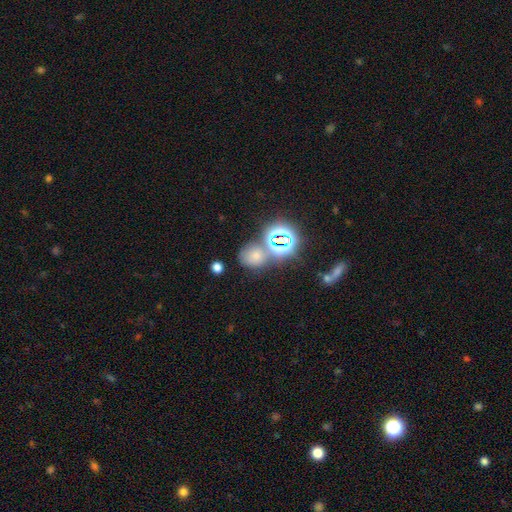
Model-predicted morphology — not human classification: smooth_or_featured: smooth (p=0.58) [alt: star or artifact p=0.32]
how_rounded: round (p=0.64) [alt: in between p=0.35]
merging: none (p=0.58) [alt: merger p=0.22]